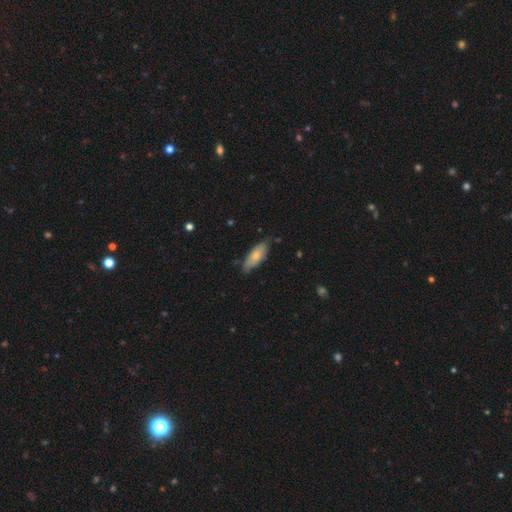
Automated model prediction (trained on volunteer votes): Morphology: type=smooth (73%); roundness=in between (72%); merging=none (74%).